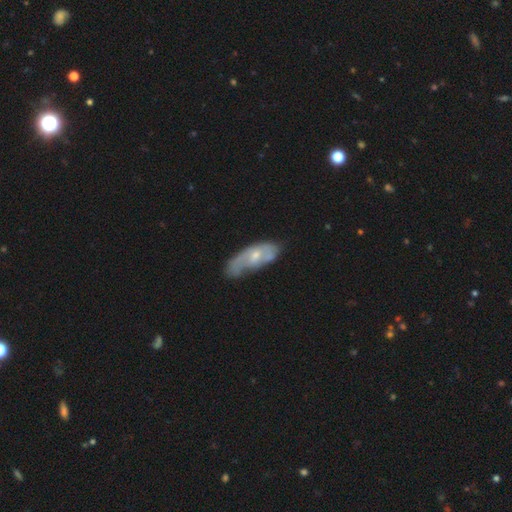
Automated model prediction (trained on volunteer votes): A featured or disk galaxy (55%).

Vote fractions:
- Smooth or featured? featured or disk: 55% / smooth: 38% / star or artifact: 7%
- Edge-on disk? no: 87% / yes: 13%
- Merging? none: 42% / minor disturbance: 33% / major disturbance: 19% / merger: 6%